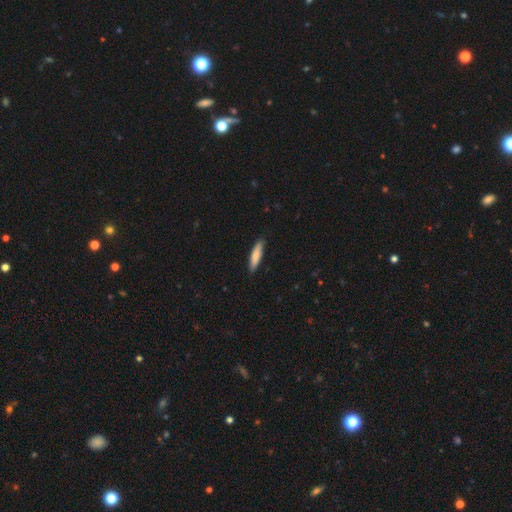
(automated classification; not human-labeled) smooth 79%, featured or disk 15%, star or artifact 5%. Down the decision tree: how rounded — cigar-shaped (80%); merging — none (87%).